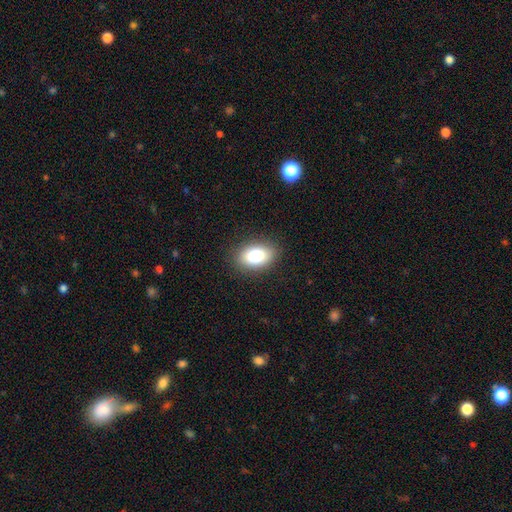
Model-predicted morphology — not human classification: smooth-or-featured: smooth: 81% | featured or disk: 10% | star or artifact: 9%
  how-rounded: in between: 86% | round: 12% | cigar-shaped: 2%
  merging: none: 87% | minor disturbance: 9% | major disturbance: 3% | merger: 1%